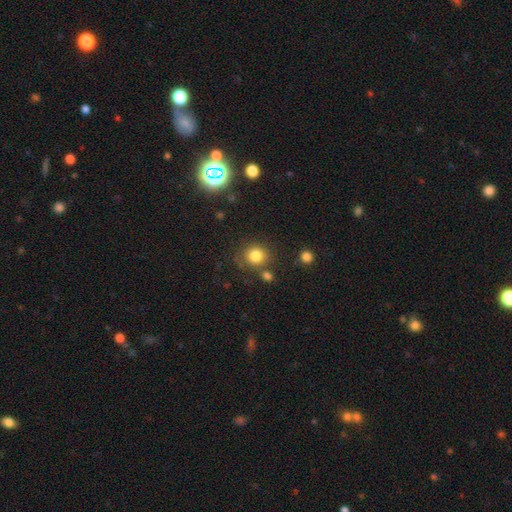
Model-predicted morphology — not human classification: Smooth or featured? Predicted: smooth (p=0.81). How rounded? Predicted: round (p=0.85). Merging? Predicted: none (p=0.74).